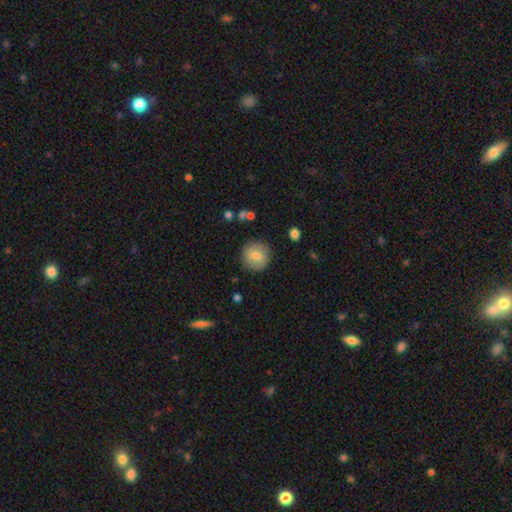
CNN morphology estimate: smooth 76%, featured or disk 16%, star or artifact 8%. Down the decision tree: how rounded — round (94%); merging — none (87%).